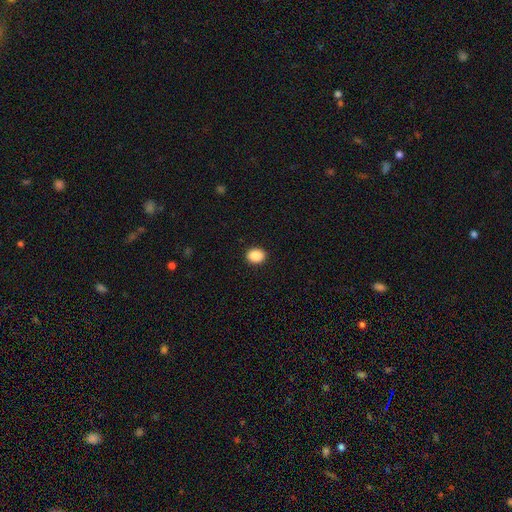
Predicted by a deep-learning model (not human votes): A smooth galaxy with no disk features (89%) that is round (53%).

Vote fractions:
- Smooth or featured? smooth: 89% / star or artifact: 8% / featured or disk: 3%
- How rounded? round: 53% / in between: 47% / cigar-shaped: 1%
- Merging? none: 92% / minor disturbance: 6% / major disturbance: 2% / merger: 1%